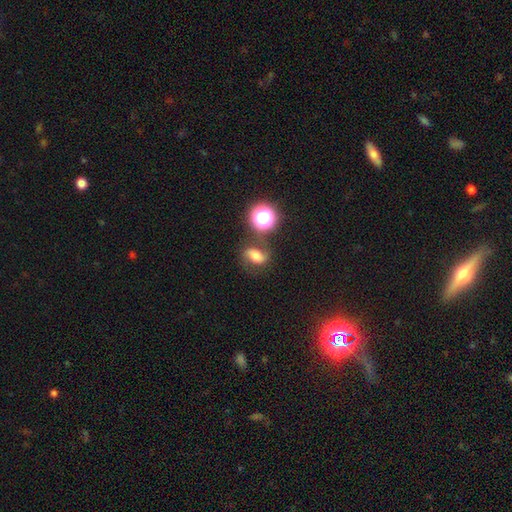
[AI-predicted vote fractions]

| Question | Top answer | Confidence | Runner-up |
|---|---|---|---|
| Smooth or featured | smooth | 52% | featured or disk (30%) |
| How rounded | in between | 65% | round (32%) |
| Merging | none | 61% | minor disturbance (20%) |